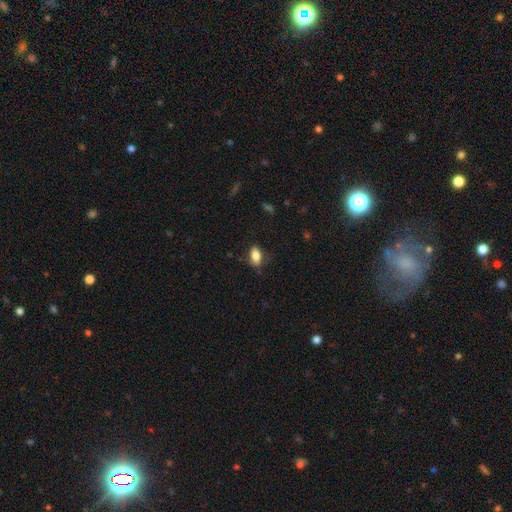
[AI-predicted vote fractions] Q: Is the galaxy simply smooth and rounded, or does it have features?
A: smooth — 83%.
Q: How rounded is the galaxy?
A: in between — 88%.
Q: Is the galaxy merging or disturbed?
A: none — 74%.